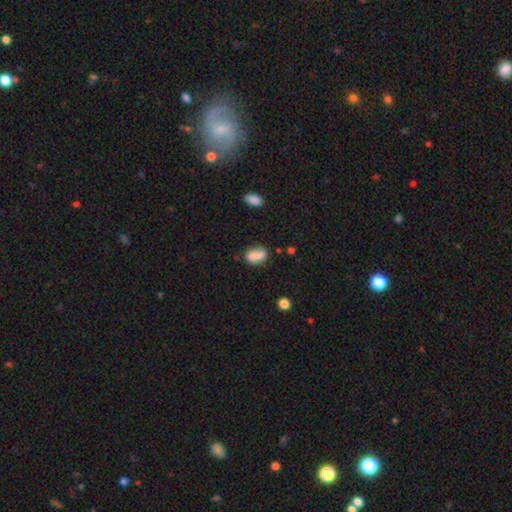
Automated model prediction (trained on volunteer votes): Smooth or featured? smooth (79%)
How rounded? in between (81%)
Merging? none (59%)